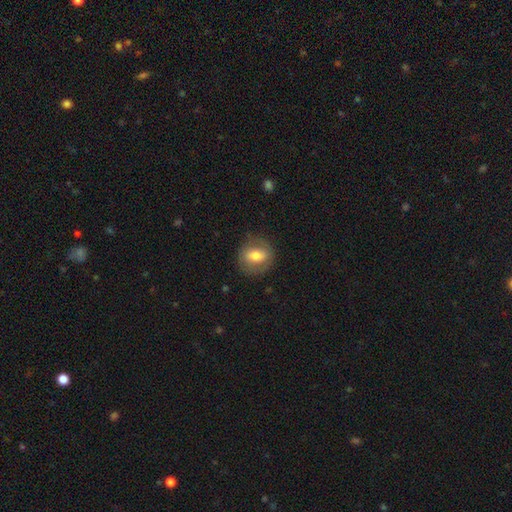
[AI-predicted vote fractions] A smooth galaxy with no disk features (62%) that is round (65%). Merging: none (80%).